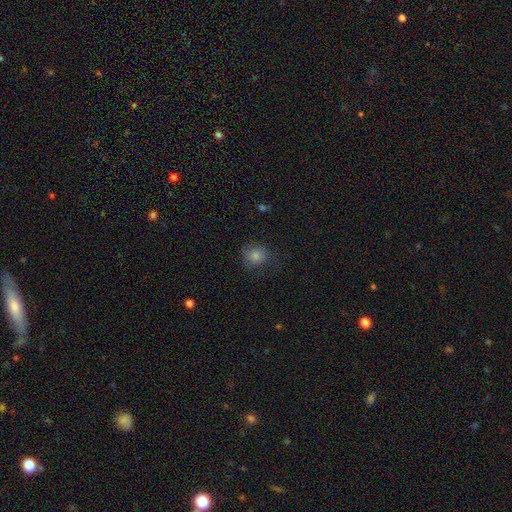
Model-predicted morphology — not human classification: Smooth or featured? Predicted: smooth (p=0.73). How rounded? Predicted: round (p=0.82). Merging? Predicted: none (p=0.71).